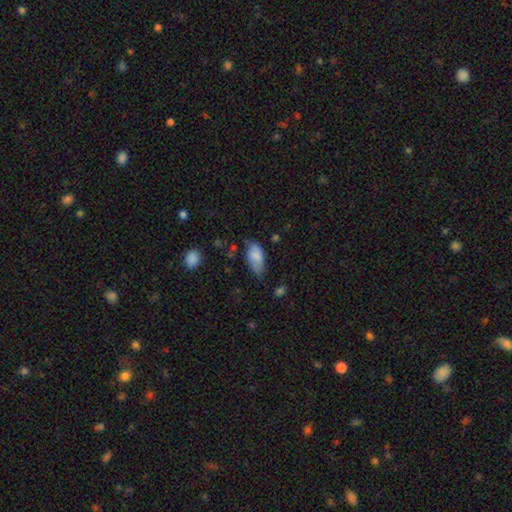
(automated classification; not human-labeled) Q: Smooth or featured?
A: smooth (82%); runner-up: featured or disk (11%)
Q: How rounded?
A: in between (92%); runner-up: cigar-shaped (4%)
Q: Merging?
A: none (55%); runner-up: minor disturbance (35%)